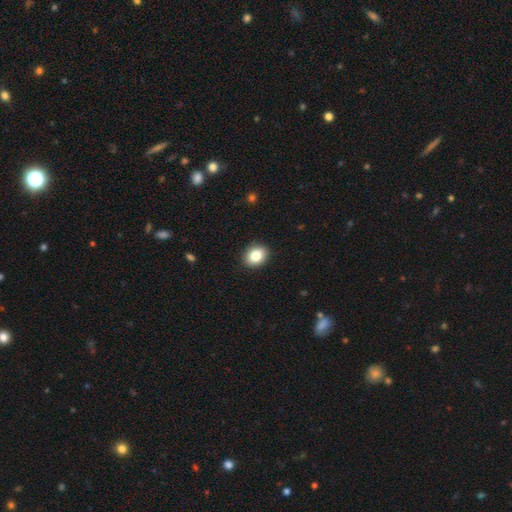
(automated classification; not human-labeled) Smooth or featured? Predicted: smooth (p=0.84). How rounded? Predicted: in between (p=0.51). Merging? Predicted: none (p=0.90).